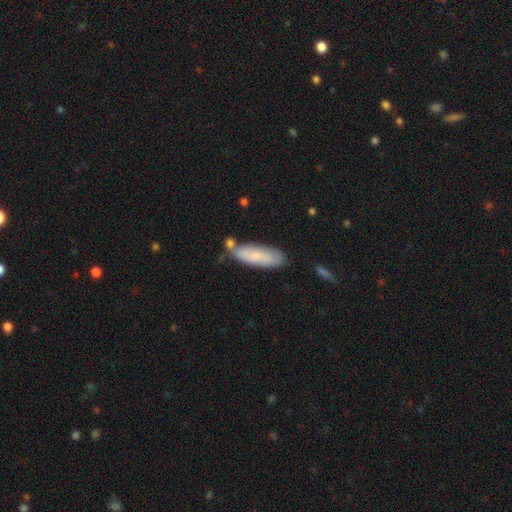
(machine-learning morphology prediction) This is likely a smooth galaxy (75%). How rounded: possibly cigar-shaped (50%). Merging: likely none (64%).